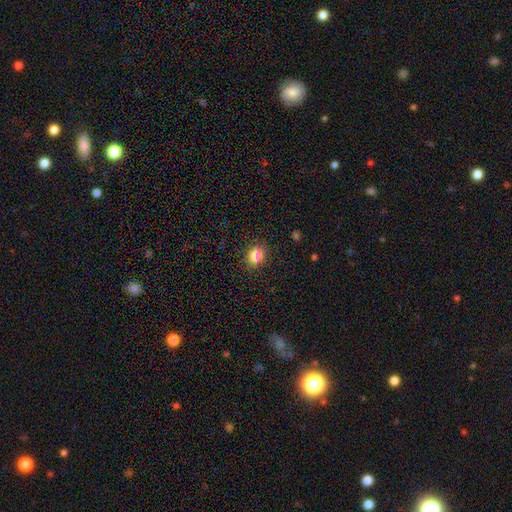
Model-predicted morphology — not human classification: A smooth galaxy with no disk features (85%) that is round (58%). Merging: none (89%).